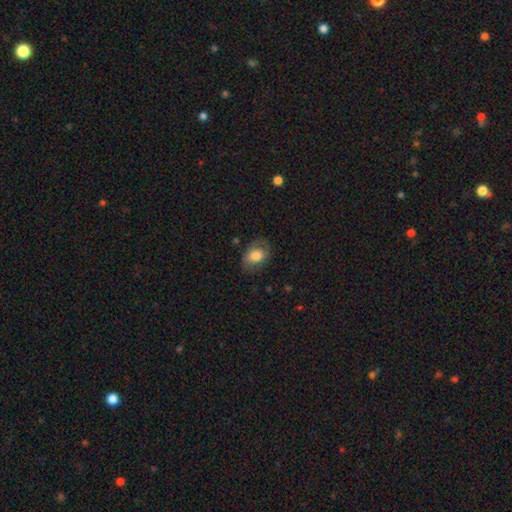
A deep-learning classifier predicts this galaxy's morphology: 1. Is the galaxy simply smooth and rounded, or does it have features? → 74% smooth, 18% featured or disk, 8% star or artifact.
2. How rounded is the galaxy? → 74% in between, 24% round, 1% cigar-shaped.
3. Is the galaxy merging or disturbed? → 70% none, 20% minor disturbance, 9% major disturbance, 1% merger.